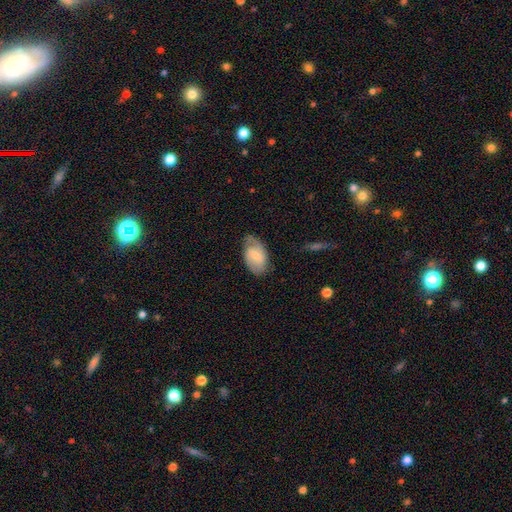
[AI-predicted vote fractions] Overall: featured or disk (48%; smooth 46%). Merging: none (64%; minor disturbance 27%).